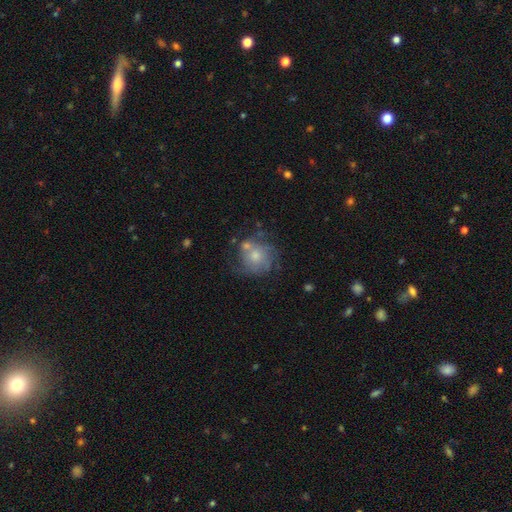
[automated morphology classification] A featured or disk galaxy (52%) with no bar (83%), spiral arms (66%) and a moderate central bulge (55%).

Vote fractions:
- Smooth or featured? featured or disk: 52% / smooth: 40% / star or artifact: 9%
- Edge-on disk? no: 98% / yes: 2%
- Bar? no: 83% / weak: 15% / strong: 2%
- Spiral arms? yes: 66% / no: 34%
- Bulge size? moderate: 55% / small: 30% / large: 7% / none: 6% / dominant: 2%
- Merging? none: 49% / minor disturbance: 23% / major disturbance: 17% / merger: 11%